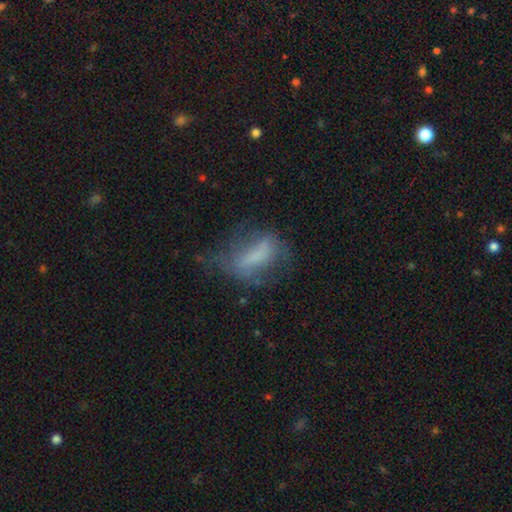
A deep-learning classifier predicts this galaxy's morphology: smooth 48%, featured or disk 38%, star or artifact 14%. Down the decision tree: merging — none (38%).